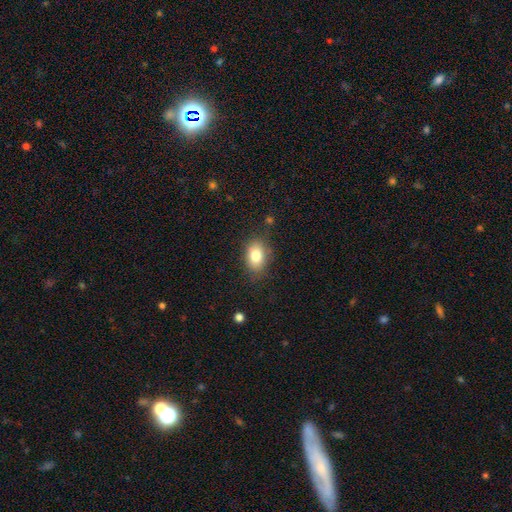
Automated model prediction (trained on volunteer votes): smooth-or-featured: smooth: 81% | featured or disk: 10% | star or artifact: 9%
  how-rounded: in between: 77% | round: 22% | cigar-shaped: 1%
  merging: none: 79% | minor disturbance: 15% | major disturbance: 4% | merger: 2%